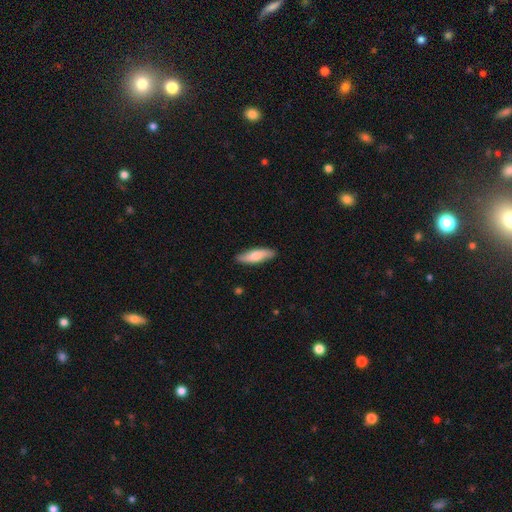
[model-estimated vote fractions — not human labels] smooth-or-featured: smooth: 73% | featured or disk: 22% | star or artifact: 5%
  how-rounded: cigar-shaped: 60% | in between: 38% | round: 2%
  merging: none: 88% | minor disturbance: 9% | major disturbance: 2% | merger: 1%